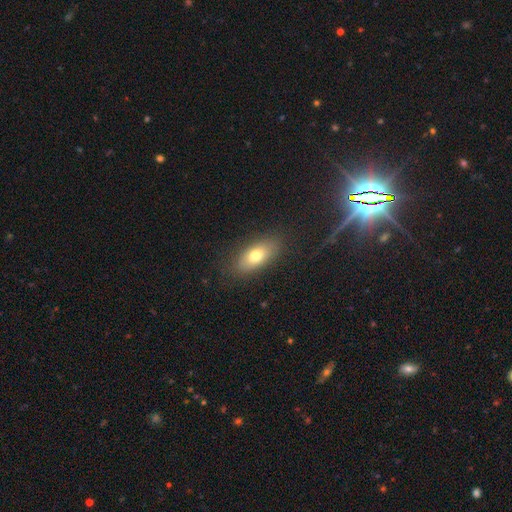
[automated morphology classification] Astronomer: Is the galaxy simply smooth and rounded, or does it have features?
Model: smooth — 72%.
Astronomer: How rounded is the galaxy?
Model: in between — 84%.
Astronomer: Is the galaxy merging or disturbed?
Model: none — 84%.